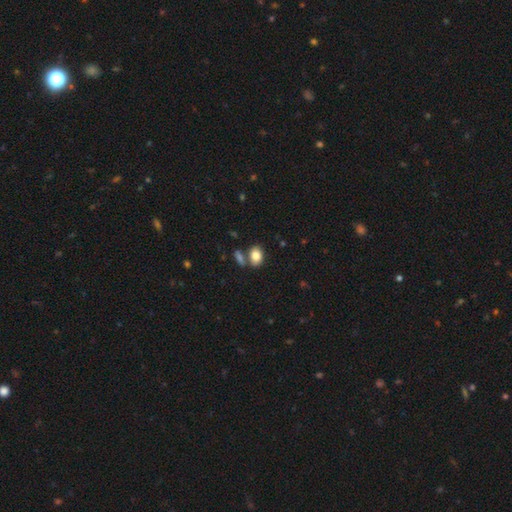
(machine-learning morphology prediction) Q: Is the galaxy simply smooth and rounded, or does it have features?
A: smooth — 84%.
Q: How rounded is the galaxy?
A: in between — 81%.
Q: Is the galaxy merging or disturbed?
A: none — 62%.